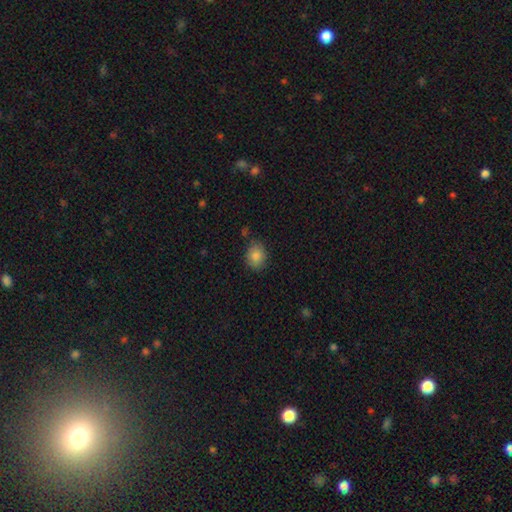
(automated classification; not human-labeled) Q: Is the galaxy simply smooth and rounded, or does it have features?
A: smooth — 84%.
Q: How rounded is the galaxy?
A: in between — 52%.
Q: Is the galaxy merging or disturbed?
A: none — 82%.